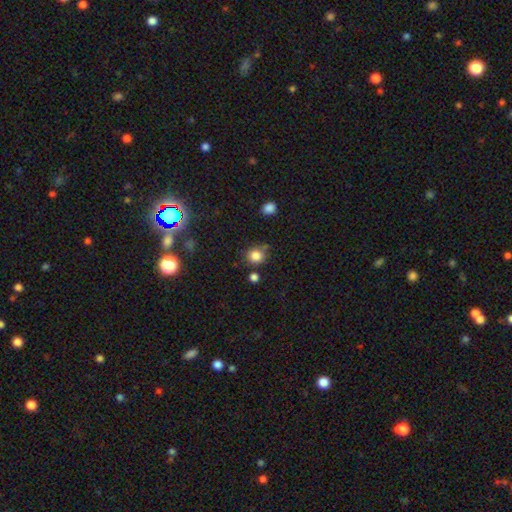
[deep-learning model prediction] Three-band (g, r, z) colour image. It shows a smooth galaxy with no disk features (82%) that is round (85%). Merging: none (73%).